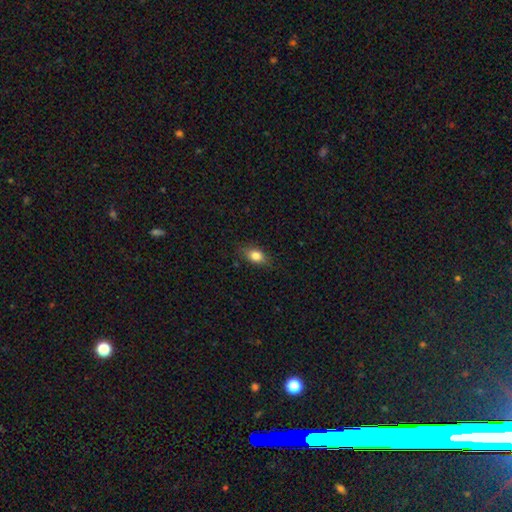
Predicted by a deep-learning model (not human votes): The model was most divided on "how rounded": in between: 78%, round: 17%, cigar-shaped: 5%. More confident: smooth or featured — smooth (81%); merging — none (80%).